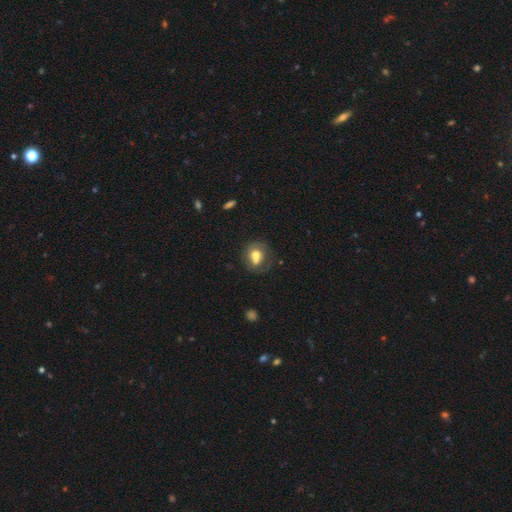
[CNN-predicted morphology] Smooth or featured? smooth (61%)
How rounded? round (62%)
Merging? none (38%)